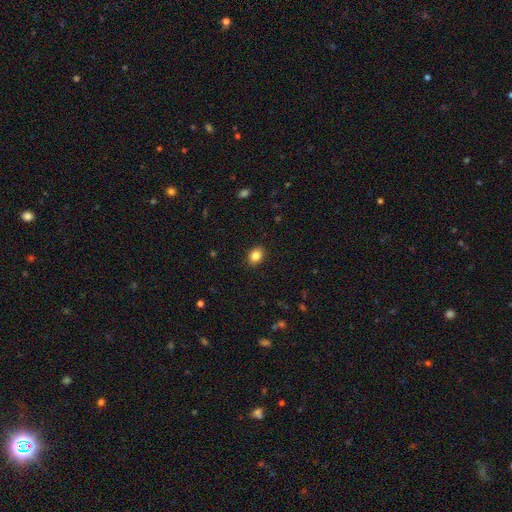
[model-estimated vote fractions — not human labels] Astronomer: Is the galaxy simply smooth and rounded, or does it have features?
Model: smooth — 85%.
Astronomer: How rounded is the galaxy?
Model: in between — 61% (runner-up: round, 38%).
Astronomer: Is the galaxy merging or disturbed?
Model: none — 90%.